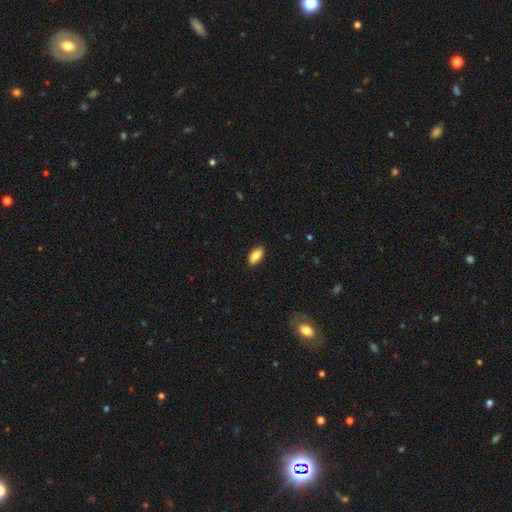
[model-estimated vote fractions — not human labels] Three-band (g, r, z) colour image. It shows a smooth galaxy with no disk features (81%) that is in between round and cigar-shaped (89%). Merging: none (88%).